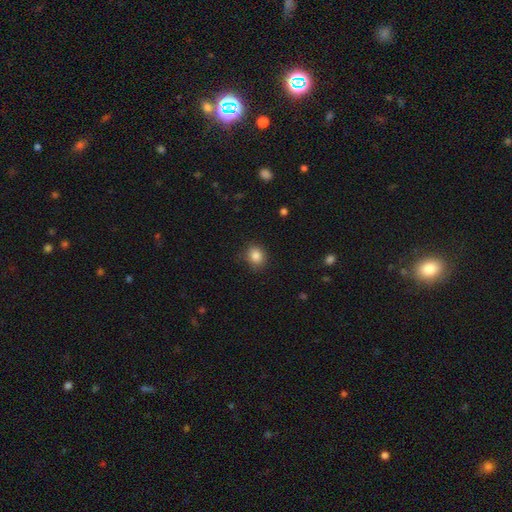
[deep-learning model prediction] Smooth or featured: smooth — 85% (star or artifact — 10%)
How rounded: round — 69% (in between — 30%)
Merging: none — 80% (minor disturbance — 15%)